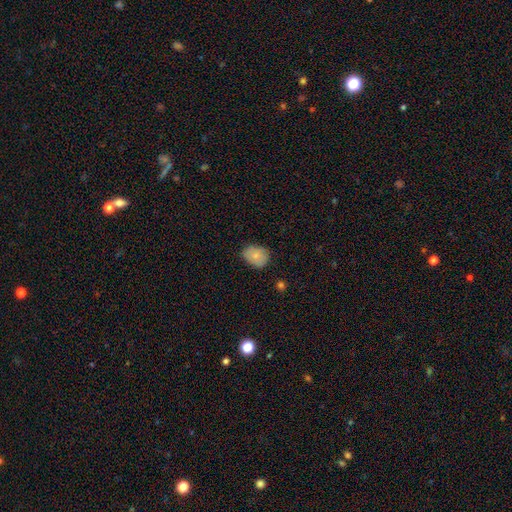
A smooth galaxy with no disk features (82%) that is in between round and cigar-shaped (59%). Merging: none (81%).